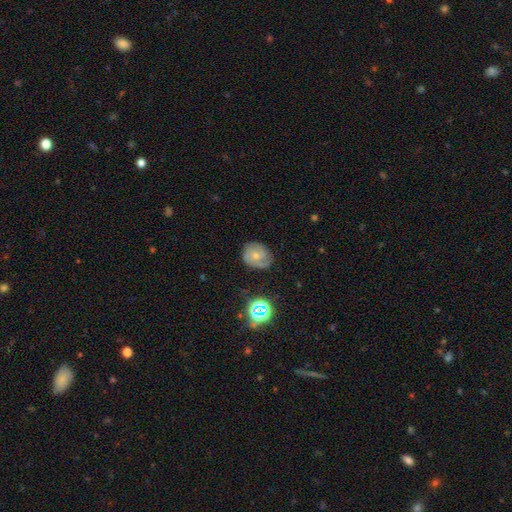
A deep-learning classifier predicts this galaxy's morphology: A featured or disk galaxy (61%) with no bar (71%), 2 (45%) tight (53%) spiral arms (89%) and a small central bulge (61%). Merging: none (67%).